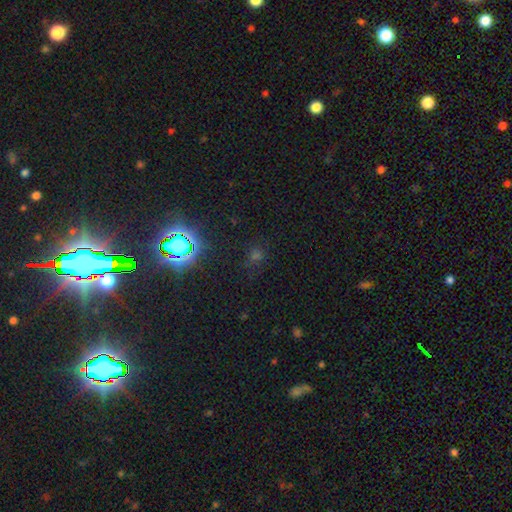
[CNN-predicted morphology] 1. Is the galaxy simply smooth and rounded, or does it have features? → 60% star or artifact, 33% smooth, 8% featured or disk.